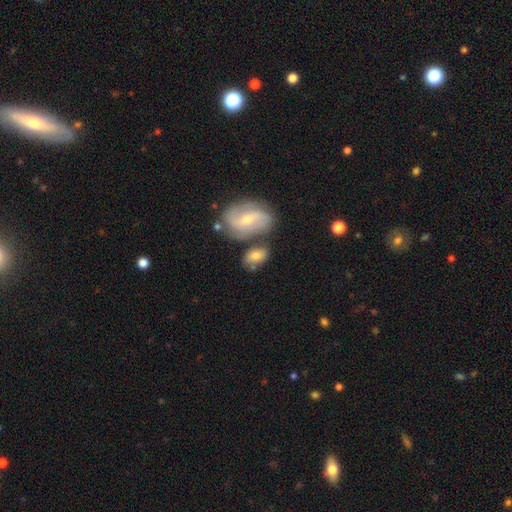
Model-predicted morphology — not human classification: Q: Smooth or featured?
A: smooth (62%); runner-up: featured or disk (30%)
Q: How rounded?
A: in between (85%); runner-up: round (13%)
Q: Merging?
A: none (56%); runner-up: merger (22%)